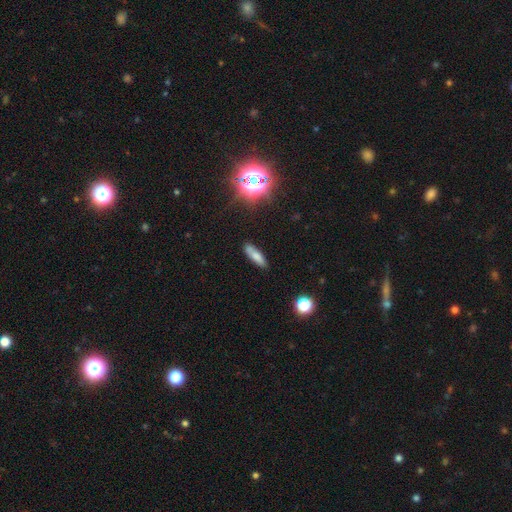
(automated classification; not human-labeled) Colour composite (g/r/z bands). It shows a smooth galaxy with no disk features (76%) that is cigar-shaped (60%). Merging: none (84%).